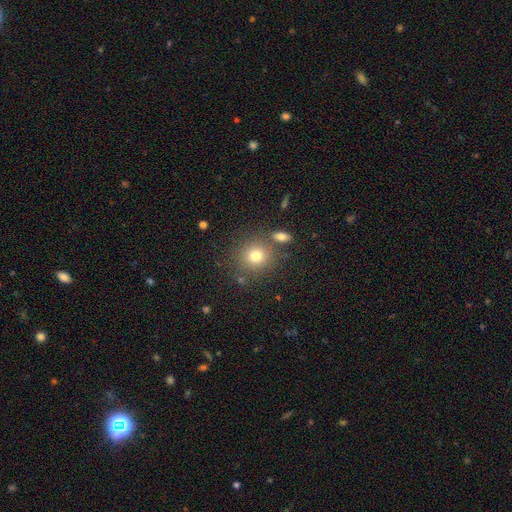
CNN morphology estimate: Overall: smooth (76%). How rounded: round (89%). Merging: none (77%).